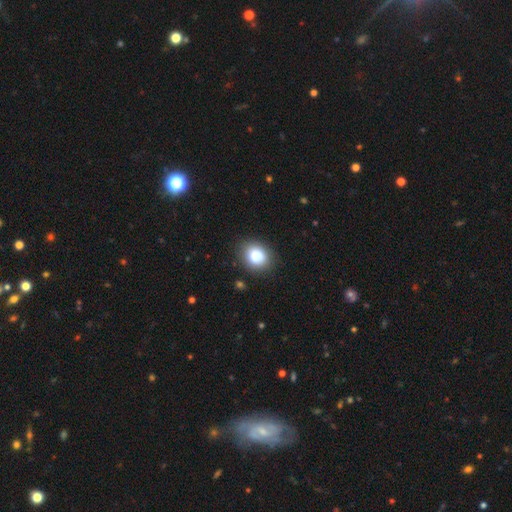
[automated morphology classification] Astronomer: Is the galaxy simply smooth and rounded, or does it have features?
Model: smooth — 83%.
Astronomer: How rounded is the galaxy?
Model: round — 57% (runner-up: in between, 42%).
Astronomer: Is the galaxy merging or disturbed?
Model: none — 85%.